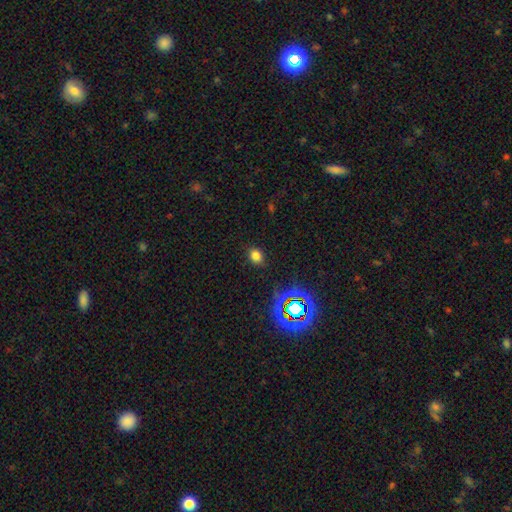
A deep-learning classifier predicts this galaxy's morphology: smooth-or-featured: smooth: 73% | star or artifact: 21% | featured or disk: 6%
  how-rounded: in between: 49% (tied) | round: 49% (tied) | cigar-shaped: 1%
  merging: none: 85% | minor disturbance: 10% | major disturbance: 3% | merger: 1%